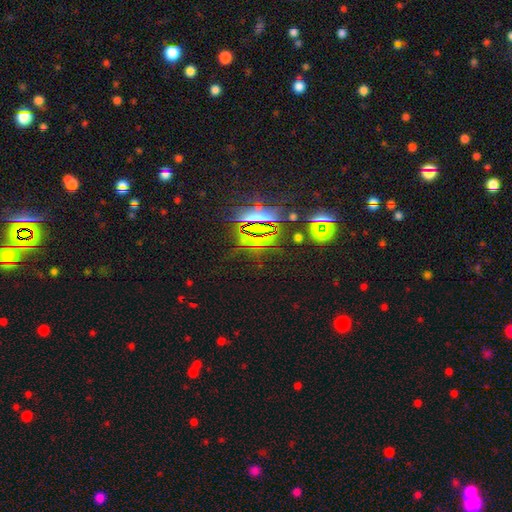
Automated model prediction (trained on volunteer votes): Q: Smooth or featured?
A: star or artifact (82%); runner-up: smooth (10%)